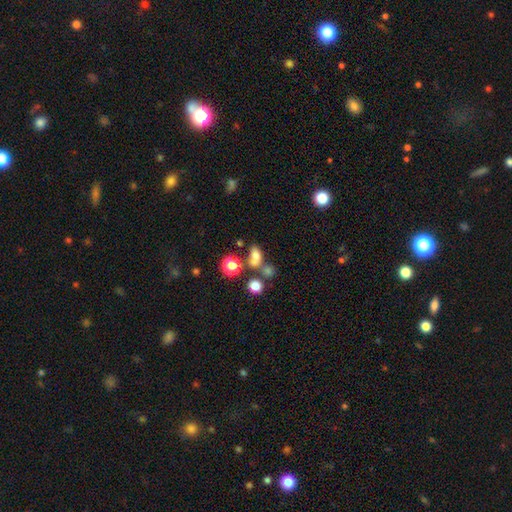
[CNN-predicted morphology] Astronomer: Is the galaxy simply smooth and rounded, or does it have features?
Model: smooth — 70%.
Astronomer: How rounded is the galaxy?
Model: in between — 70%.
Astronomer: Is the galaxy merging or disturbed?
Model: none — 48% (runner-up: merger, 28%).